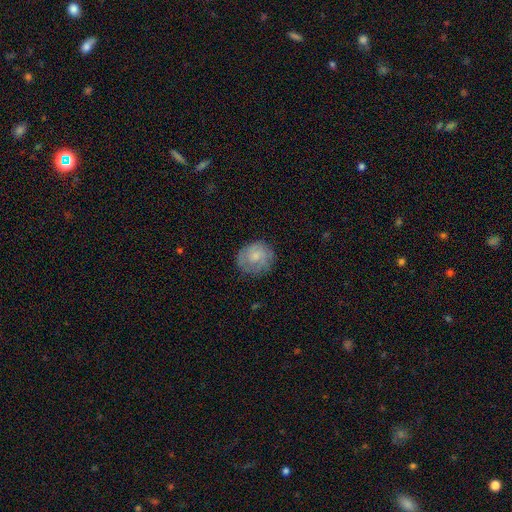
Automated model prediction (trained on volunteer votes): A smooth galaxy with no disk features (61%) that is round (81%). Merging: none (74%).